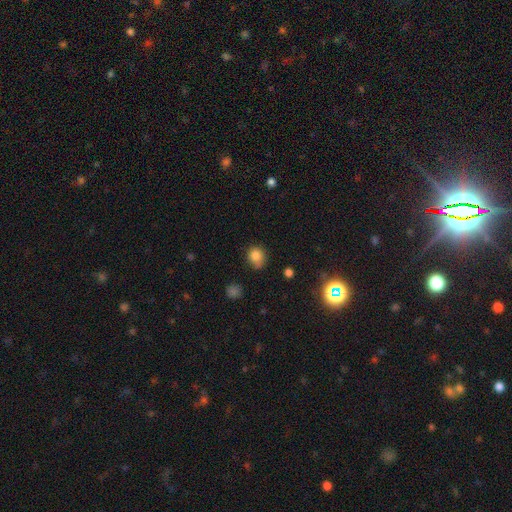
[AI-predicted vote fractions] Smooth or featured? smooth (82%)
How rounded? round (76%)
Merging? none (60%)